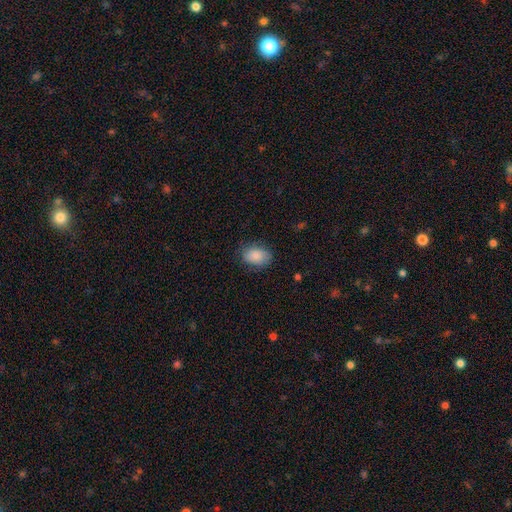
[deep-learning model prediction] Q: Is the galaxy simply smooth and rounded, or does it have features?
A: smooth — 87%.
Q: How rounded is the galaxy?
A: in between — 78%.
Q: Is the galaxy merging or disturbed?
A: none — 78%.